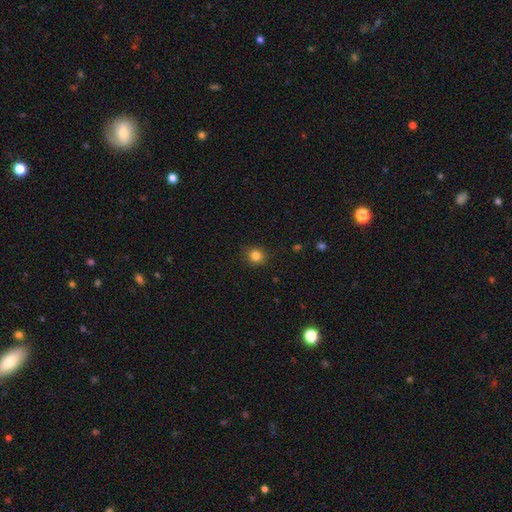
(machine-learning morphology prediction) The model was most divided on "how rounded": round: 85%, in between: 14%, cigar-shaped: 1%. More confident: merging — none (88%); smooth or featured — smooth (83%).